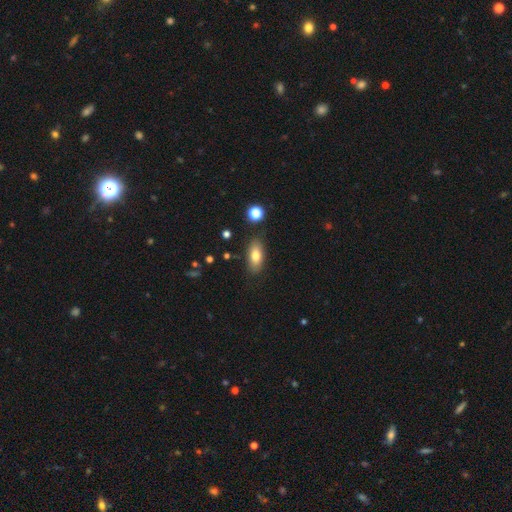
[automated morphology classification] smooth-or-featured: smooth: 77% | featured or disk: 15% | star or artifact: 8%
  how-rounded: in between: 85% | cigar-shaped: 11% | round: 4%
  merging: none: 84% | minor disturbance: 11% | major disturbance: 3% | merger: 2%